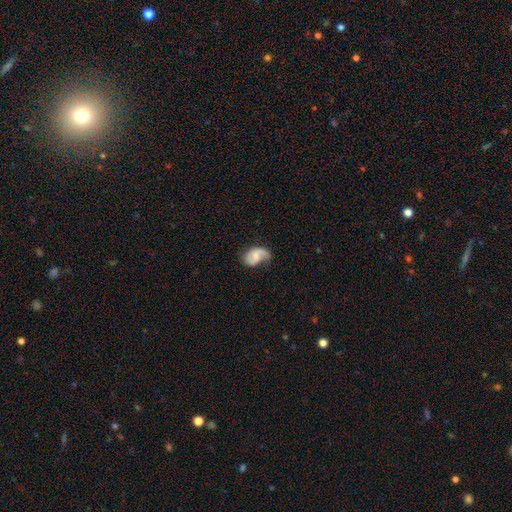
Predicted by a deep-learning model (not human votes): A featured or disk galaxy (63%) with no bar (56%), 2 (58%) loose (47%) spiral arms (91%) and a small central bulge (41%). Merging: none (46%).